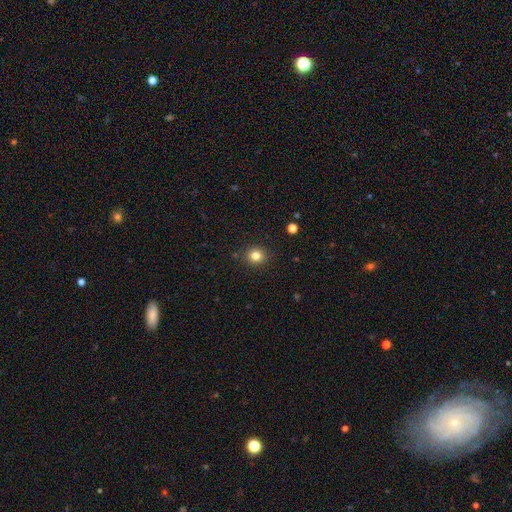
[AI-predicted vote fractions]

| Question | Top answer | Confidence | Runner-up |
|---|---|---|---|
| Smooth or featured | smooth | 82% | star or artifact (12%) |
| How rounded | round | 83% | in between (16%) |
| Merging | none | 89% | minor disturbance (7%) |